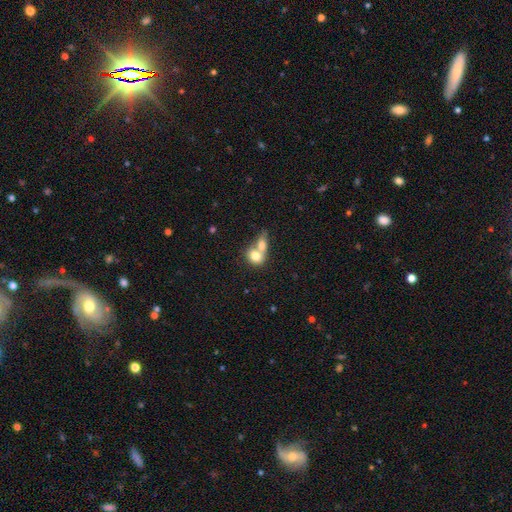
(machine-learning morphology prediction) Smooth or featured? Predicted: smooth (p=0.75). How rounded? Predicted: round (p=0.50). Merging? Predicted: merger (p=0.73).